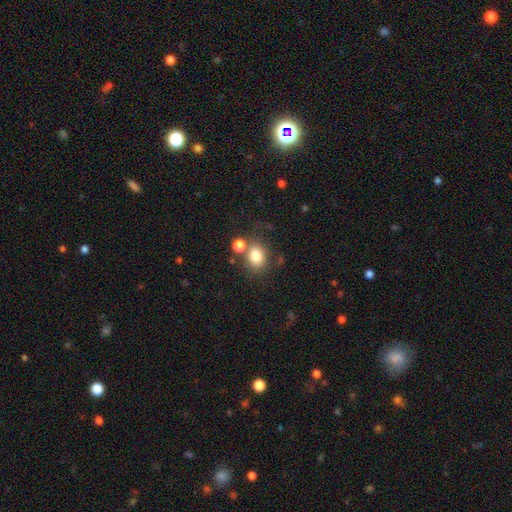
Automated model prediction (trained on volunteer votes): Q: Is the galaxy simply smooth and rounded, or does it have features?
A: smooth — 81%.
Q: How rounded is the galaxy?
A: round — 57%.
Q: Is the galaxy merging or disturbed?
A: none — 64%.